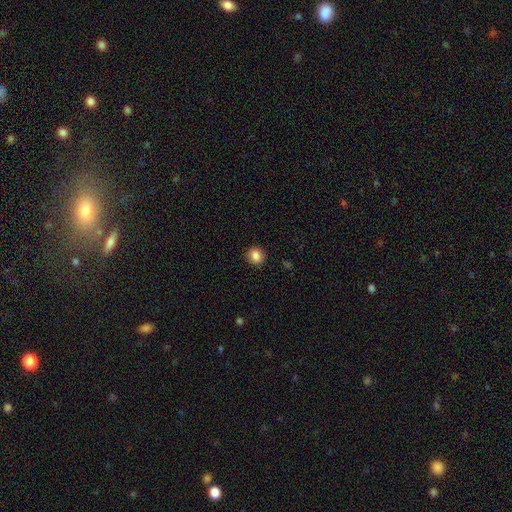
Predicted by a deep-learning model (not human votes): Smooth or featured? Predicted: smooth (p=0.86). How rounded? Predicted: round (p=0.76). Merging? Predicted: none (p=0.91).